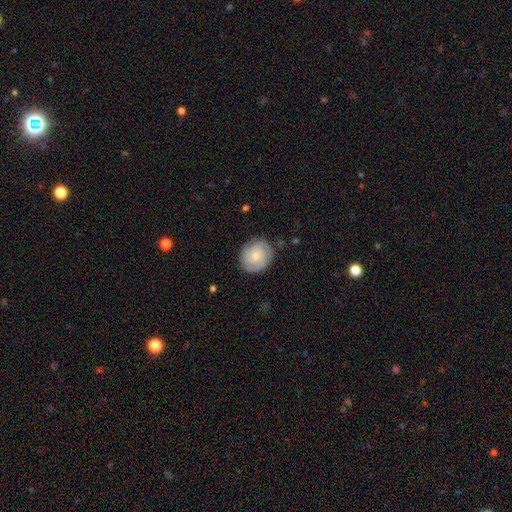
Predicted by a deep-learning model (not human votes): smooth_or_featured: featured or disk (p=0.54) [alt: smooth p=0.39]
disk_edge_on: no (p=0.98) [alt: yes p=0.02]
bar: no (p=0.75) [alt: weak p=0.22]
has_spiral_arms: yes (p=0.89) [alt: no p=0.11]
bulge_size: small (p=0.47) [alt: moderate p=0.42]
merging: none (p=0.79) [alt: minor disturbance p=0.16]